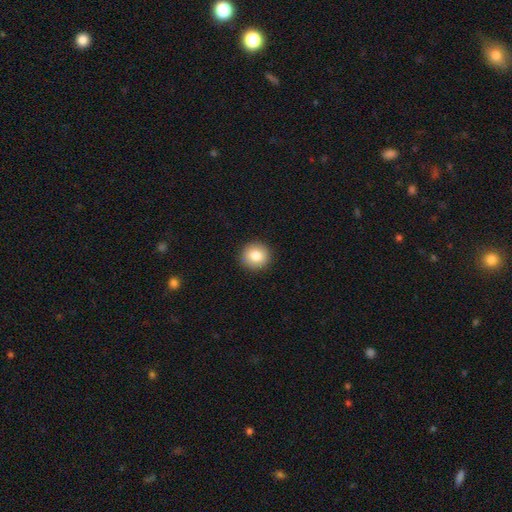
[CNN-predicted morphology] Smooth or featured?
  - smooth: 84% *
  - star or artifact: 9%
  - featured or disk: 8%
How rounded?
  - round: 92% *
  - in between: 7%
  - cigar-shaped: 1%
Merging?
  - none: 92% *
  - minor disturbance: 5%
  - major disturbance: 2%
  - merger: 1%